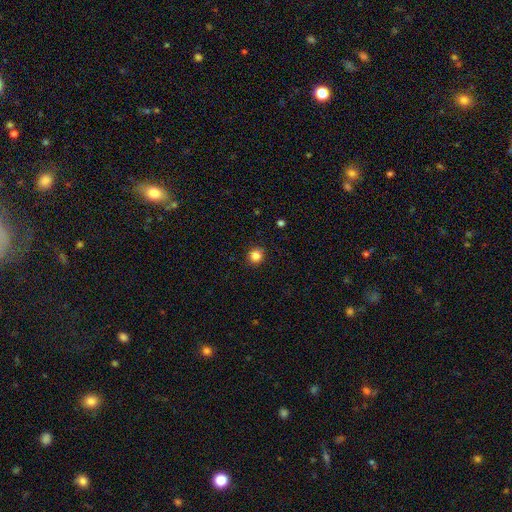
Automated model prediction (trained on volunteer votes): Overall: smooth (85%). How rounded: round (92%). Merging: none (92%).